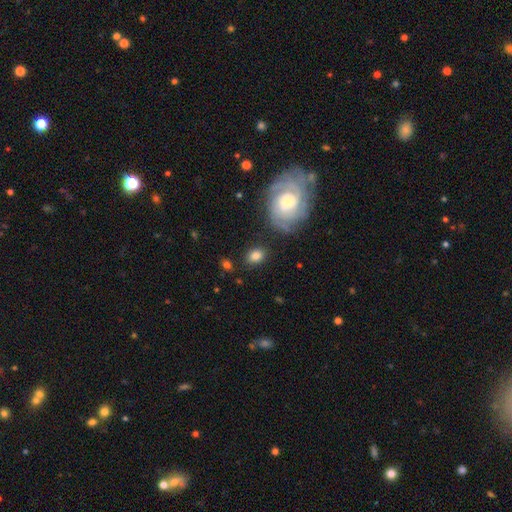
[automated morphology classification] The model was most divided on "how rounded": in between: 60%, round: 39%, cigar-shaped: 1%. More confident: merging — none (82%); smooth or featured — smooth (81%).